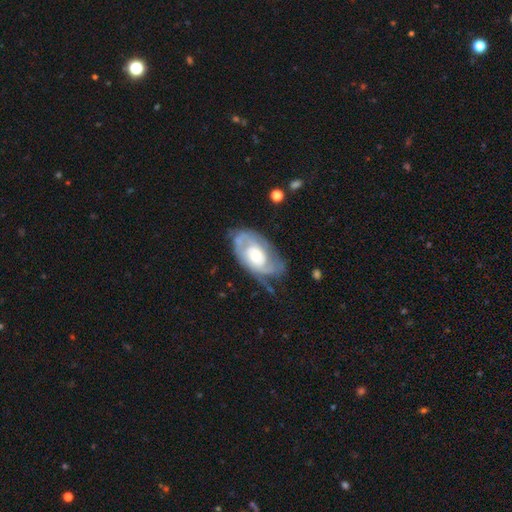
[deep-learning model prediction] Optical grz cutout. It shows a featured or disk galaxy (80%) with no bar (74%), 2 (46%) tight (58%) spiral arms (88%) and a moderate central bulge (60%). Merging: none (59%).